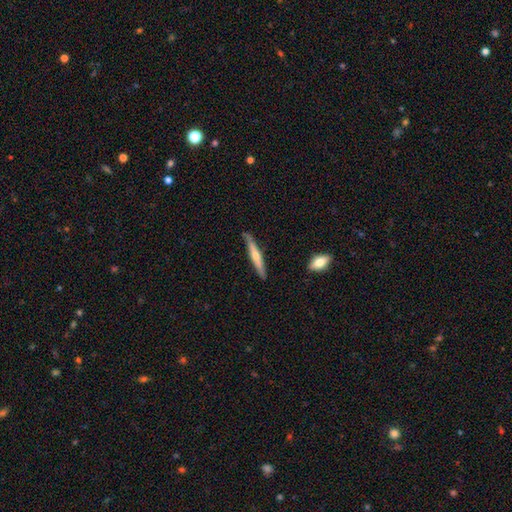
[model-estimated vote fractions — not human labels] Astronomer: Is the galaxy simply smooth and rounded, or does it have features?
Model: featured or disk — 49% (runner-up: smooth, 46%).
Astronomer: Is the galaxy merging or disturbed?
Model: none — 81%.